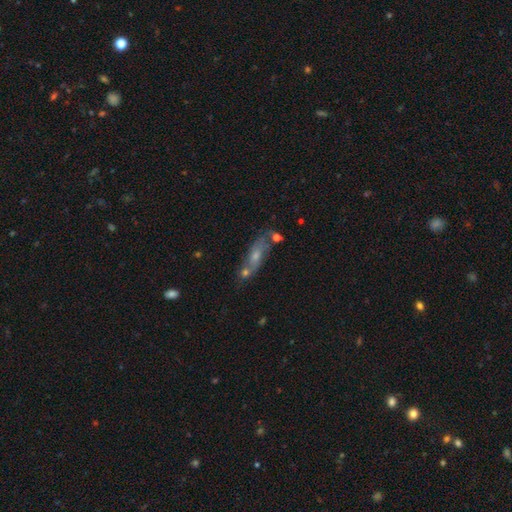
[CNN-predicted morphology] smooth_or_featured: featured or disk (p=0.46) [alt: smooth p=0.42]
merging: none (p=0.51) [alt: merger p=0.24]